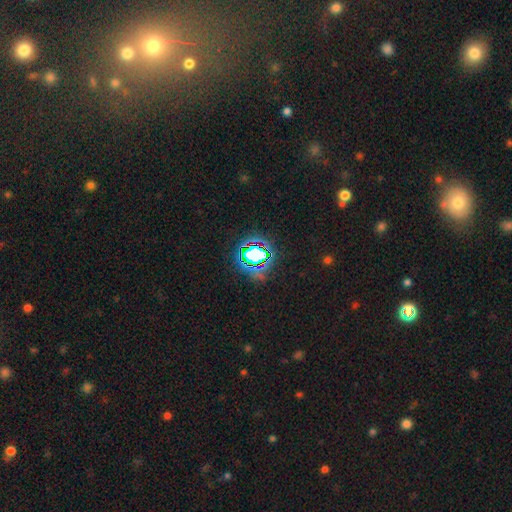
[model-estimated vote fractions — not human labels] Morphology: type=star or artifact (67%).